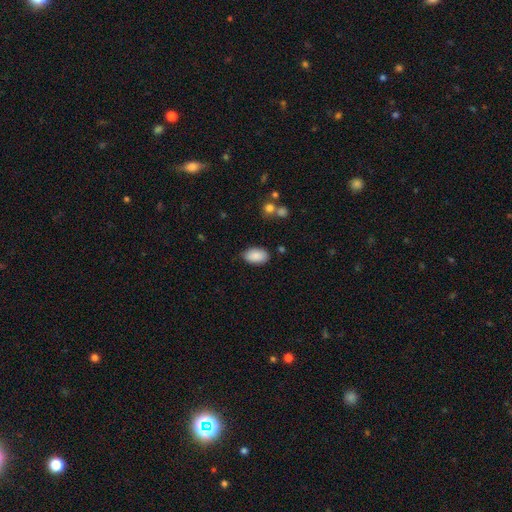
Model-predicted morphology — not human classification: This is clearly a smooth galaxy (89%). How rounded: clearly in between (93%). Merging: clearly none (81%).